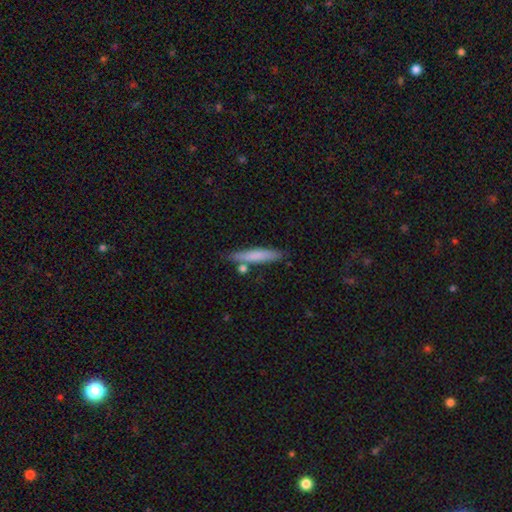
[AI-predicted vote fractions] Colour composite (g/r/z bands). It shows a smooth galaxy with no disk features (73%) that is cigar-shaped (90%). Merging: none (77%).